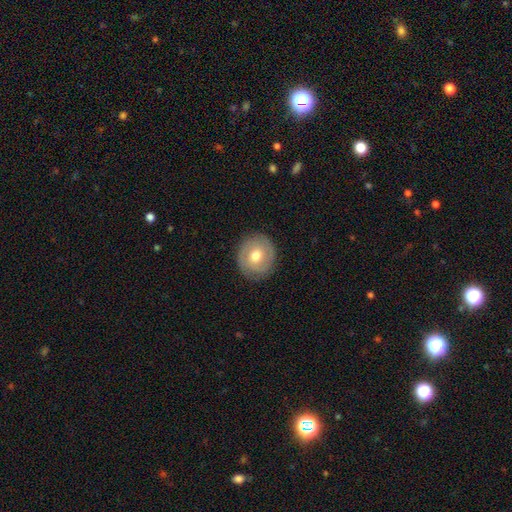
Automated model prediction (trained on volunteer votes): Morphology: type=smooth (54%); roundness=round (87%); merging=none (86%).